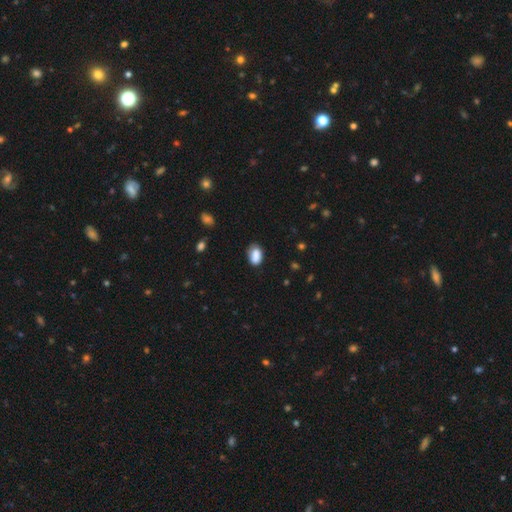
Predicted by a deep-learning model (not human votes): Smooth or featured?
  - smooth: 86% *
  - star or artifact: 8%
  - featured or disk: 7%
How rounded?
  - in between: 87% *
  - round: 11%
  - cigar-shaped: 1%
Merging?
  - none: 70% *
  - minor disturbance: 23%
  - major disturbance: 5%
  - merger: 2%